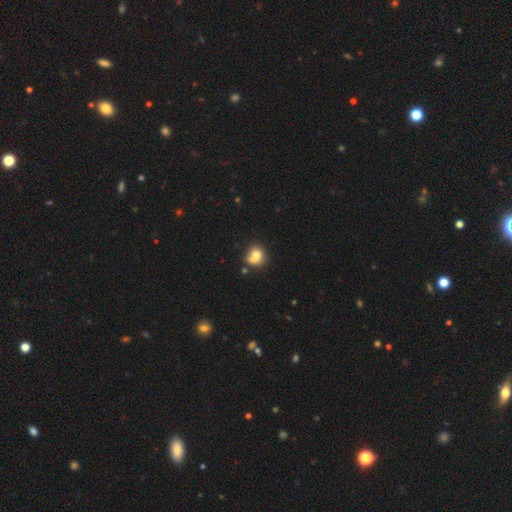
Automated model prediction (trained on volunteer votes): This is likely a smooth galaxy (72%). How rounded: likely round (79%). Merging: marginally none (42%).